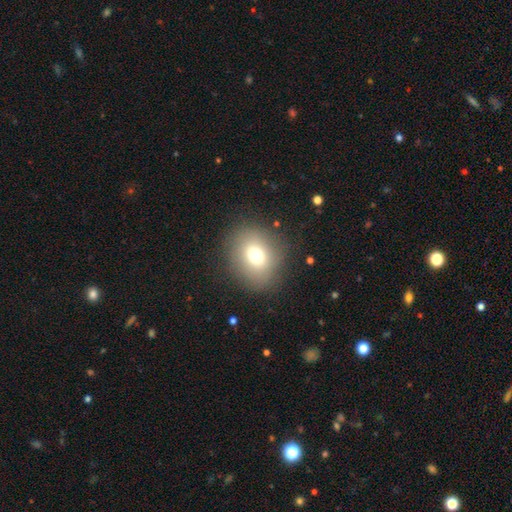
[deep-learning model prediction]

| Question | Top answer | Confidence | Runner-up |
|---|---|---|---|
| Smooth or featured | smooth | 71% | featured or disk (15%) |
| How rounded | round | 69% | in between (30%) |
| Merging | none | 84% | minor disturbance (10%) |